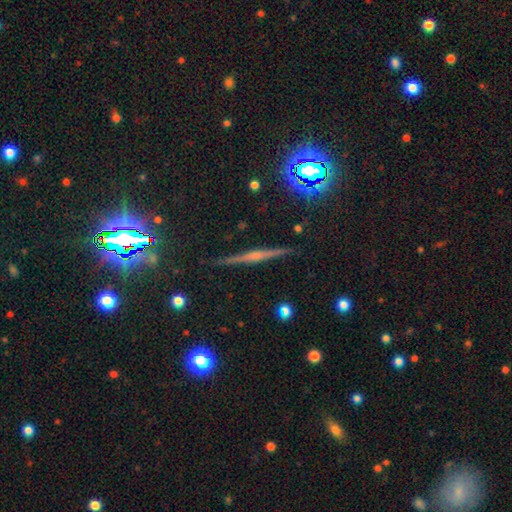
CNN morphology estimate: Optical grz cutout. It shows a featured or disk galaxy (67%) viewed edge-on (98%) with a rounded central bulge (69%). Merging: none (91%).